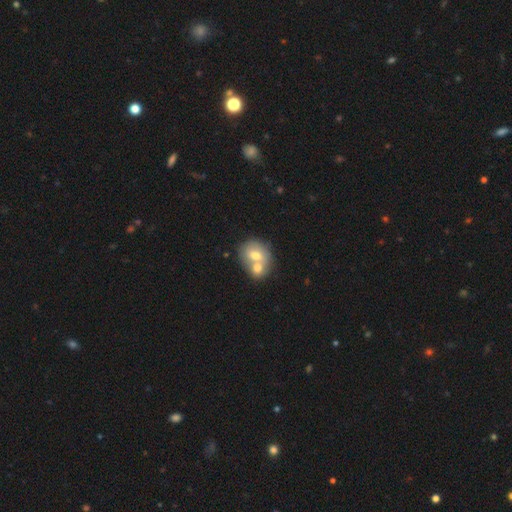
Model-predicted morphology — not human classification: Smooth or featured? smooth (67%)
How rounded? round (64%)
Merging? merger (67%)